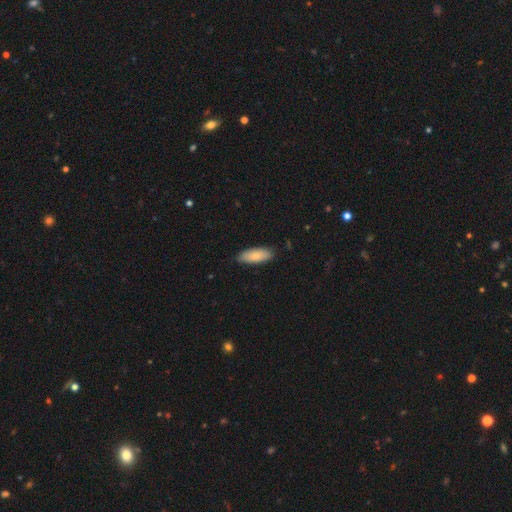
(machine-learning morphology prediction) Smooth or featured: smooth — 81% (featured or disk — 13%)
How rounded: in between — 74% (cigar-shaped — 24%)
Merging: none — 84% (minor disturbance — 13%)